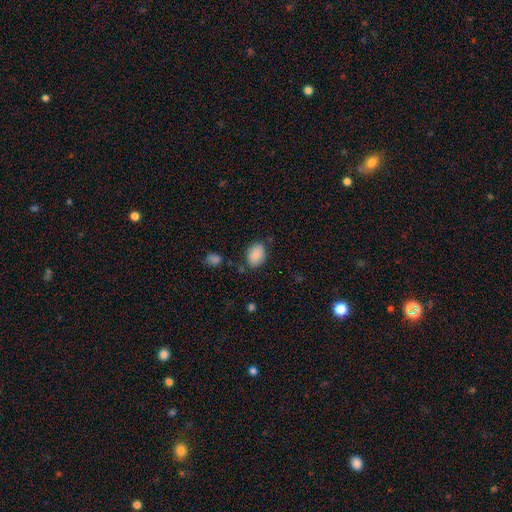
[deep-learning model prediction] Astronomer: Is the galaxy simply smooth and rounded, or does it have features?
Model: smooth — 88%.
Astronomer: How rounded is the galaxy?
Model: in between — 78%.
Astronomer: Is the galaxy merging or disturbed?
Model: none — 77%.